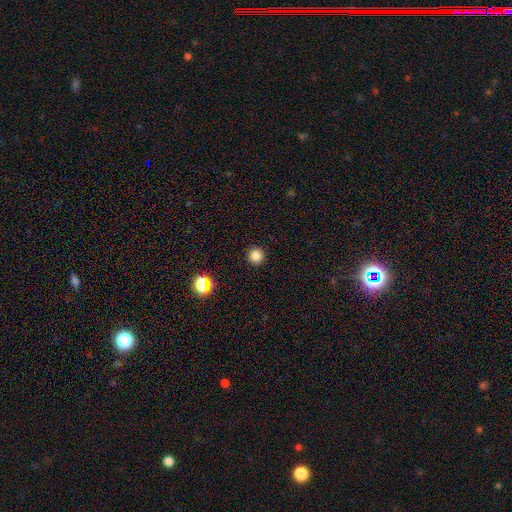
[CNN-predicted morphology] smooth-or-featured: smooth: 82% | star or artifact: 14% | featured or disk: 4%
  how-rounded: round: 96% | in between: 3% | cigar-shaped: 1%
  merging: none: 93% | minor disturbance: 4% | major disturbance: 2% | merger: 1%